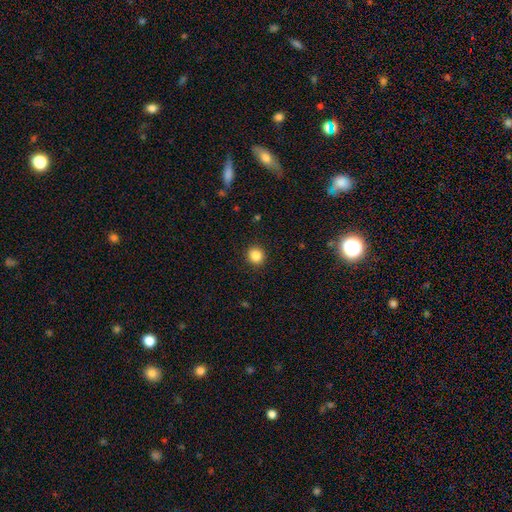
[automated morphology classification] Smooth or featured? Predicted: smooth (p=0.85). How rounded? Predicted: round (p=0.90). Merging? Predicted: none (p=0.92).